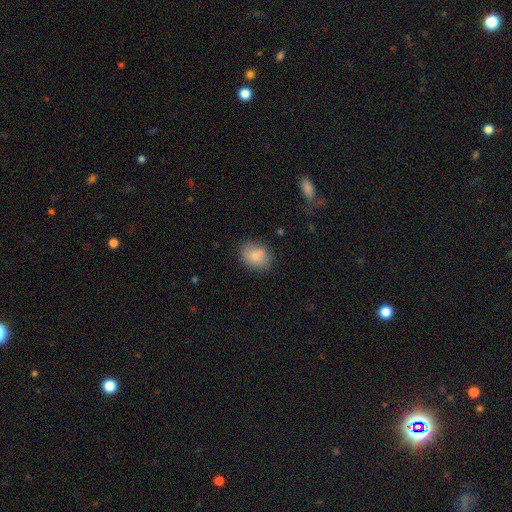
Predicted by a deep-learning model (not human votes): smooth-or-featured: smooth: 80% | featured or disk: 11% | star or artifact: 8%
  how-rounded: in between: 63% | round: 36% | cigar-shaped: 1%
  merging: none: 72% | minor disturbance: 15% | merger: 10% | major disturbance: 4%